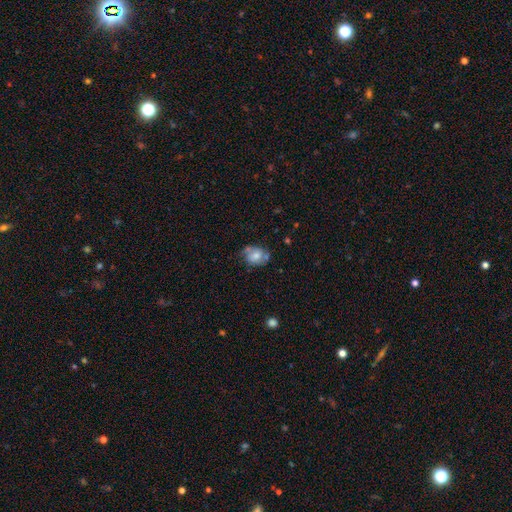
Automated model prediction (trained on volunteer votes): smooth_or_featured: smooth (p=0.58) [alt: featured or disk p=0.33]
how_rounded: in between (p=0.56) [alt: round p=0.43]
merging: none (p=0.50) [alt: minor disturbance p=0.29]